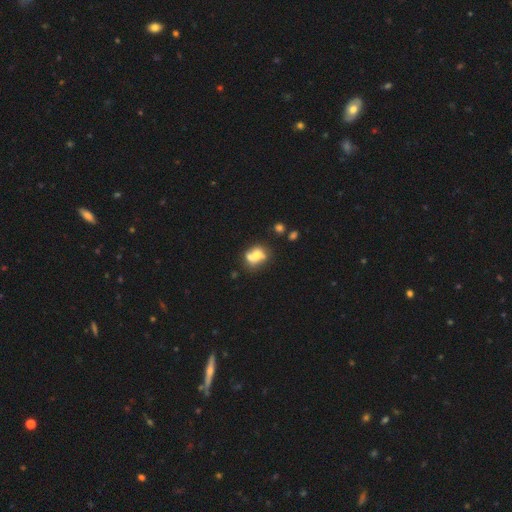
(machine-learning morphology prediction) Smooth or featured?
  - smooth: 62% *
  - featured or disk: 27%
  - star or artifact: 11%
How rounded?
  - round: 57% *
  - in between: 42%
  - cigar-shaped: 1%
Merging?
  - merger: 60% *
  - none: 25%
  - minor disturbance: 10%
  - major disturbance: 5%